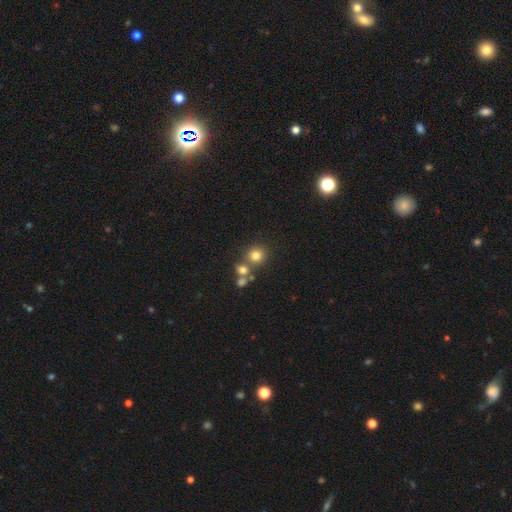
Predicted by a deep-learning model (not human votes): A smooth galaxy with no disk features (77%) that is round (89%).

Vote fractions:
- Smooth or featured? smooth: 77% / star or artifact: 15% / featured or disk: 9%
- How rounded? round: 89% / in between: 10% / cigar-shaped: 1%
- Merging? none: 65% / merger: 22% / minor disturbance: 8% / major disturbance: 4%